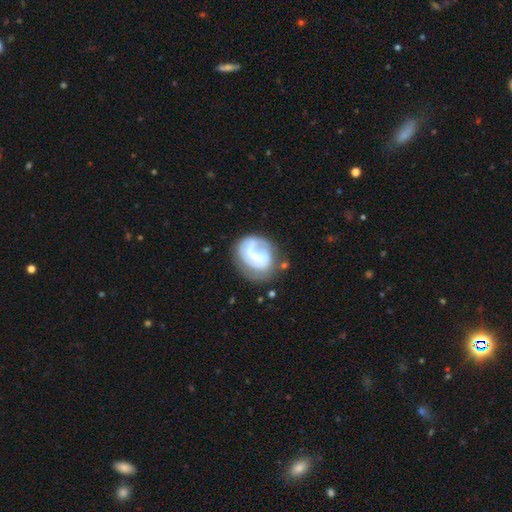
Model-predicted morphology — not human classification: Smooth or featured: featured or disk — 78% (smooth — 16%)
Edge-on disk: no — 98% (yes — 2%)
Bar: weak — 47% (no — 36%)
Spiral arms: yes — 90% (no — 10%)
Spiral winding: medium — 43% (tight — 33%)
Spiral arm count: 2 — 55% (1 — 20%)
Bulge size: small — 58% (moderate — 26%)
Merging: none — 60% (minor disturbance — 21%)